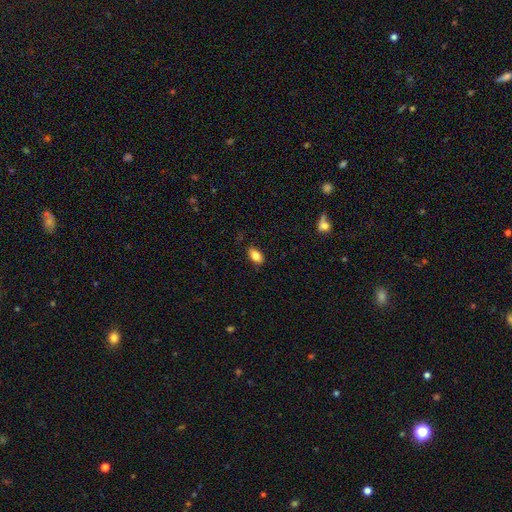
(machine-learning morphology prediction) Smooth or featured? smooth (83%)
How rounded? in between (90%)
Merging? none (85%)